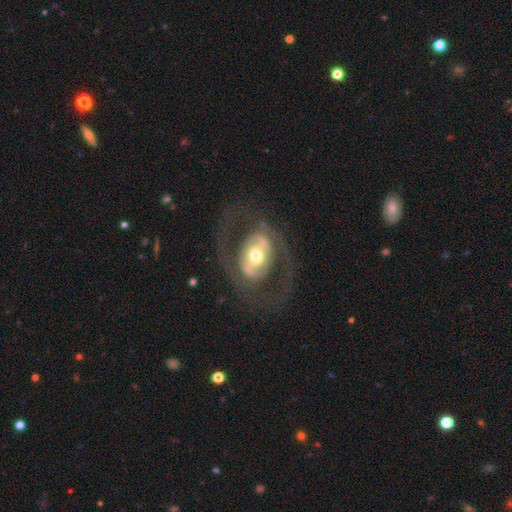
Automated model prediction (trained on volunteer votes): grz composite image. It shows a featured or disk galaxy (74%) with no bar (40%), no spiral arms (52%) and a moderate central bulge (66%). Merging: none (69%).